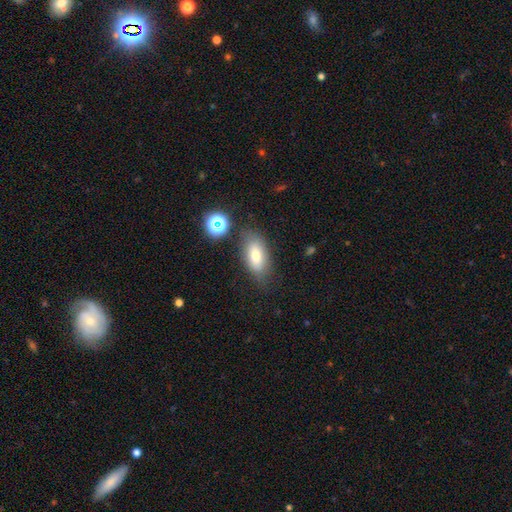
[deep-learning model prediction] The model was most divided on "smooth or featured": smooth: 73%, featured or disk: 16%, star or artifact: 11%. More confident: how rounded — in between (86%); merging — none (74%).